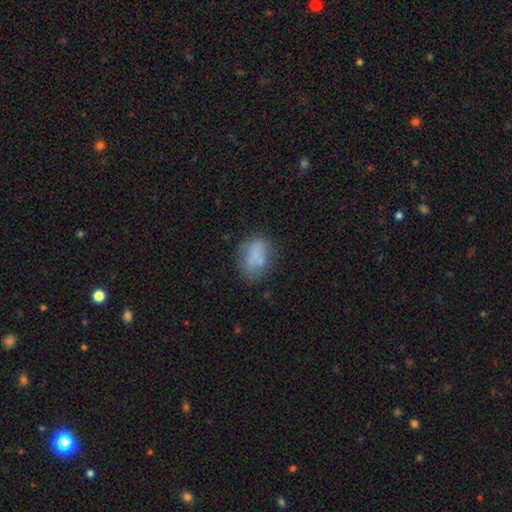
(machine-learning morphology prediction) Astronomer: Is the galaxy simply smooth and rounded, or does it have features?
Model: smooth — 72%.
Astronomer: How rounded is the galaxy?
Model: in between — 77%.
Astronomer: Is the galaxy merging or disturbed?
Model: none — 60%.